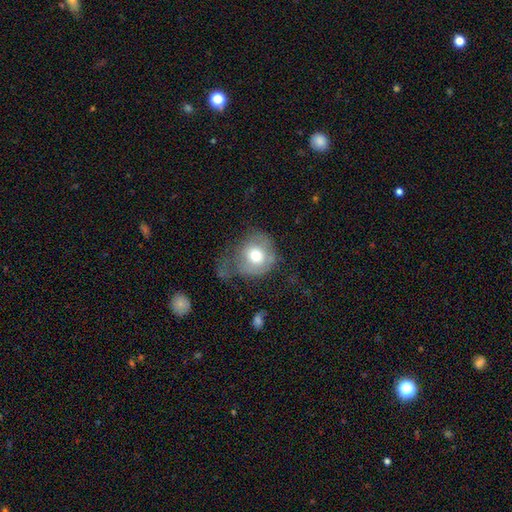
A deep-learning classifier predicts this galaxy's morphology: Smooth or featured: smooth — 65% (featured or disk — 26%)
How rounded: round — 78% (in between — 21%)
Merging: major disturbance — 34% (none — 33%)